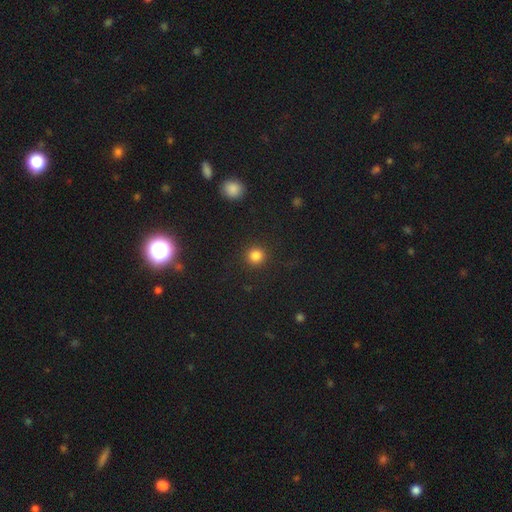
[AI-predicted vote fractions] This appears to be a smooth galaxy with no disk features (84%) that is round (93%). Merging: none (91%).